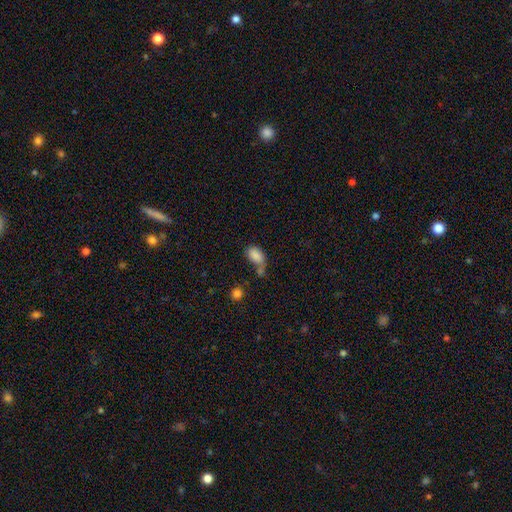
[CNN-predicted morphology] smooth-or-featured: smooth: 84% | star or artifact: 9% | featured or disk: 7%
  how-rounded: in between: 89% | round: 9% | cigar-shaped: 2%
  merging: none: 37% | merger: 32% | minor disturbance: 19% | major disturbance: 12%